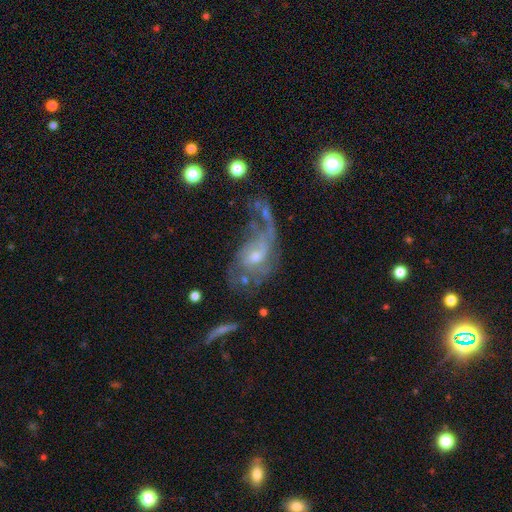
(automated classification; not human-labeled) This is likely a featured or disk galaxy (72%). It is clearly not viewed edge-on (94%). Bar: likely no (62%). Spiral arm pattern: likely yes (76%). Spiral arm count: marginally 1 (38%). Spiral winding: possibly loose (54%). Central bulge: possibly small (49%). Merging: marginally major disturbance (42%).